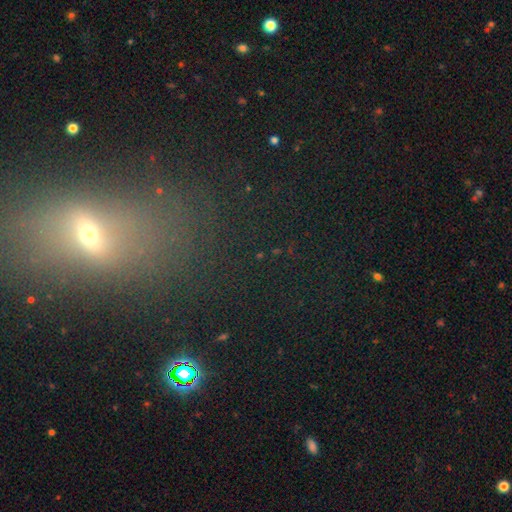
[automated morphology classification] A star or artifact, not a galaxy (48%).

Vote fractions:
- Smooth or featured? star or artifact: 48% / smooth: 30% / featured or disk: 22%